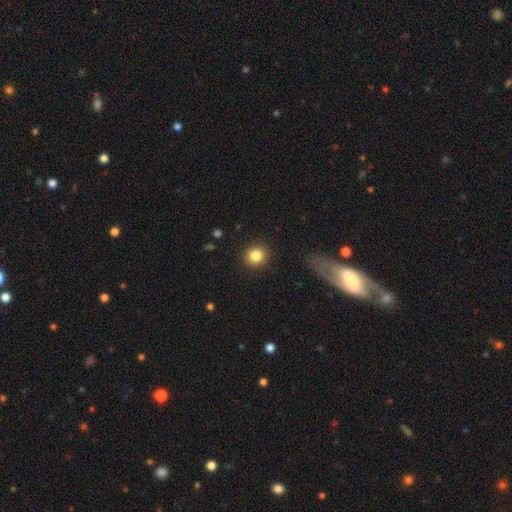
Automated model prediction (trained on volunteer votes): Smooth or featured? smooth (84%)
How rounded? round (88%)
Merging? none (90%)